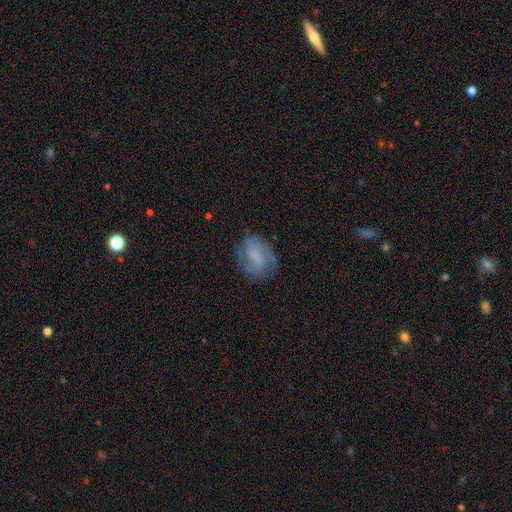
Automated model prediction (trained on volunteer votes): Q: Smooth or featured?
A: featured or disk (47%); runner-up: smooth (44%)
Q: Merging?
A: none (63%); runner-up: minor disturbance (23%)